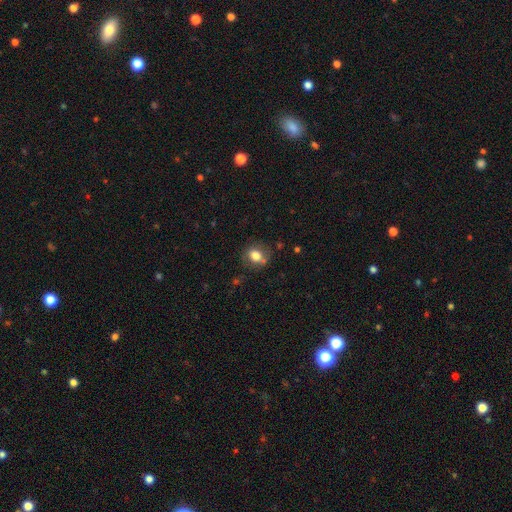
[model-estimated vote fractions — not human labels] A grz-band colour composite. It shows a smooth galaxy with no disk features (76%) that is round (55%). Merging: none (70%).